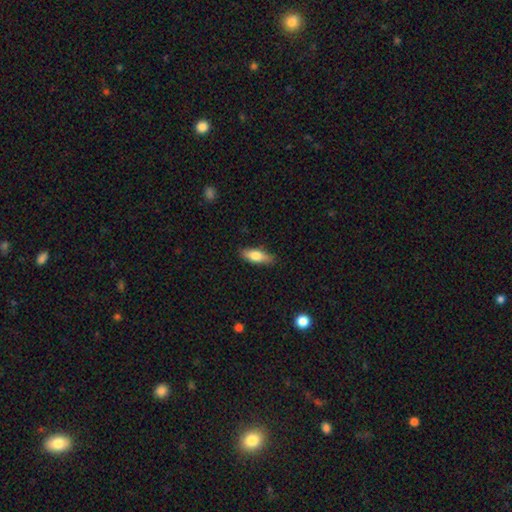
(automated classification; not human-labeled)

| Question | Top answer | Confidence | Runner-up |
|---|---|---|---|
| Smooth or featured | smooth | 72% | featured or disk (21%) |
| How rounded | in between | 60% | cigar-shaped (37%) |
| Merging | none | 85% | minor disturbance (12%) |